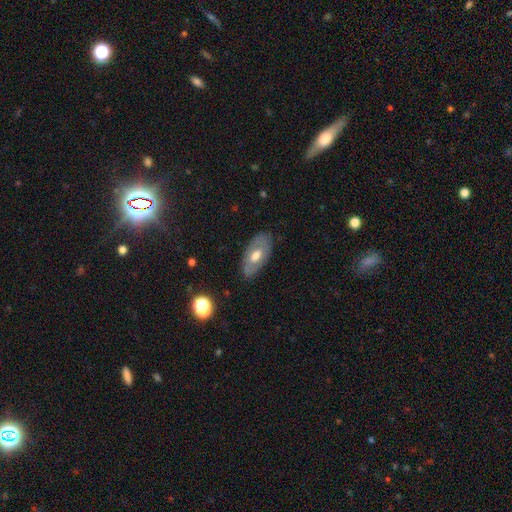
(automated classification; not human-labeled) A featured or disk galaxy (48%).

Vote fractions:
- Smooth or featured? featured or disk: 48% / smooth: 46% / star or artifact: 6%
- Merging? none: 80% / minor disturbance: 15% / major disturbance: 4% / merger: 1%